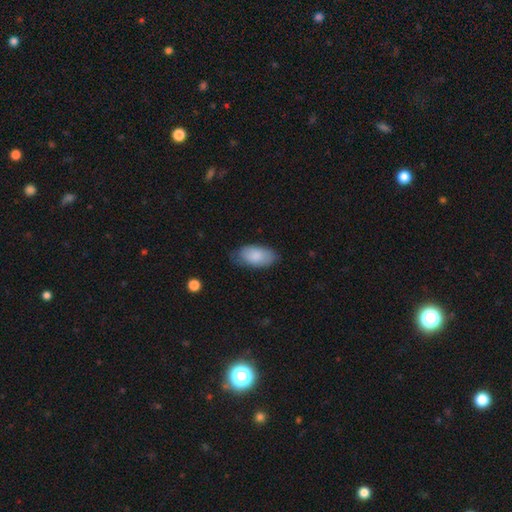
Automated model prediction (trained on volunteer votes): Overall: smooth (85%). How rounded: in between (95%). Merging: none (70%).